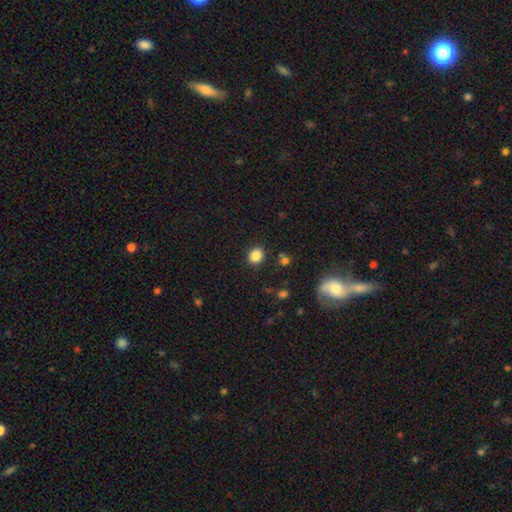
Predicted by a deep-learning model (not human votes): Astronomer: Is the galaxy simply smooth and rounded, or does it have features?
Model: smooth — 85%.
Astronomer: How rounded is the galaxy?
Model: round — 62% (runner-up: in between, 37%).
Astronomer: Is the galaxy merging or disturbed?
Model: none — 87%.